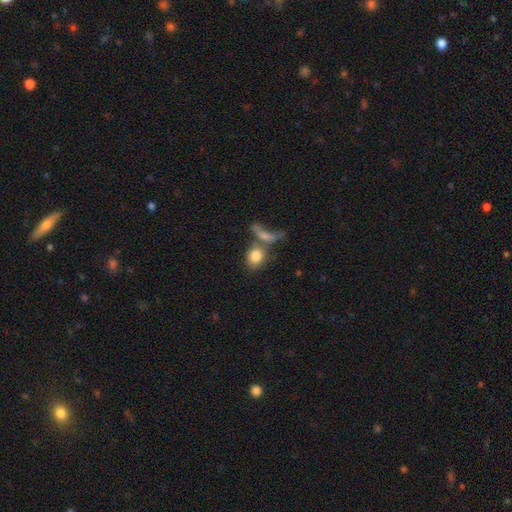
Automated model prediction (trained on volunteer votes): A smooth galaxy with no disk features (79%) that is in between round and cigar-shaped (49%).

Vote fractions:
- Smooth or featured? smooth: 79% / featured or disk: 12% / star or artifact: 9%
- How rounded? in between: 49% / round: 48% / cigar-shaped: 3%
- Merging? merger: 39% (tied) / none: 39% (tied) / minor disturbance: 11% / major disturbance: 11%